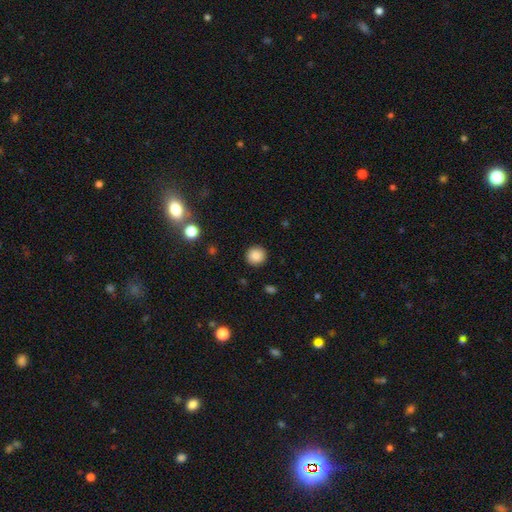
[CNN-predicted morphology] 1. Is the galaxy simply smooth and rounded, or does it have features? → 86% smooth, 9% star or artifact, 4% featured or disk.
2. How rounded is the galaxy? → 92% round, 7% in between, 1% cigar-shaped.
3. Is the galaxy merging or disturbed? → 90% none, 6% minor disturbance, 2% major disturbance, 1% merger.